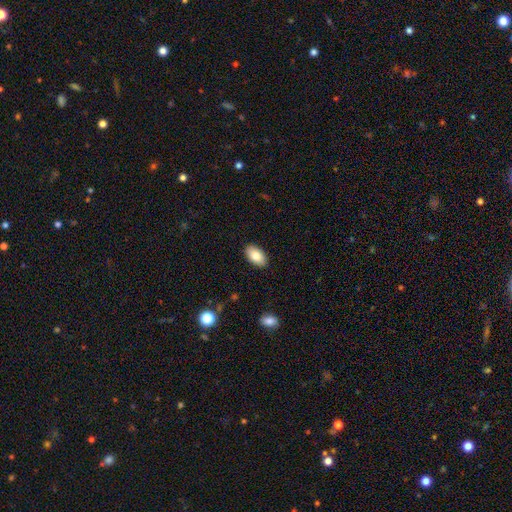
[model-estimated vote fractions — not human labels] This appears to be a smooth galaxy with no disk features (84%) that is in between round and cigar-shaped (95%). Merging: none (89%).